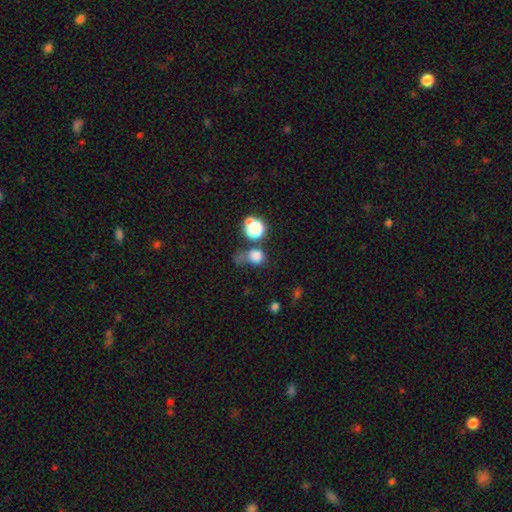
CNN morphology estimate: The model was most divided on "merging": none: 41%, merger: 27%, minor disturbance: 17%, major disturbance: 16%. More confident: how rounded — round (77%); smooth or featured — smooth (76%).